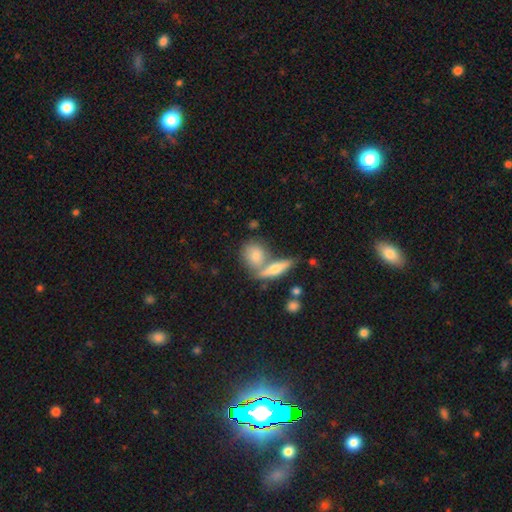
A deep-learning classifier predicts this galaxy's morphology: This is likely a smooth galaxy (70%). How rounded: possibly in between (48%). Merging: possibly none (47%).